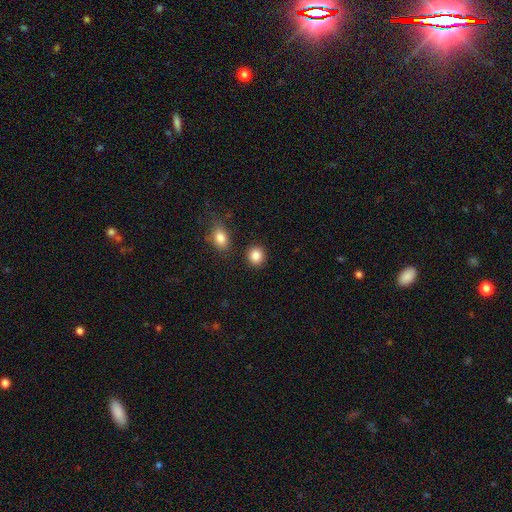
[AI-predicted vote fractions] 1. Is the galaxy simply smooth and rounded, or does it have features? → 87% smooth, 9% star or artifact, 4% featured or disk.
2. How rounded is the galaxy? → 83% round, 16% in between, 1% cigar-shaped.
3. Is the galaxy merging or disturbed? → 86% none, 7% minor disturbance, 4% merger, 2% major disturbance.